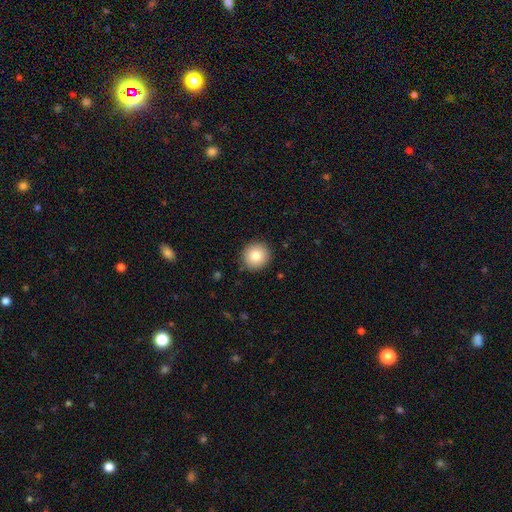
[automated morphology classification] The model was most divided on "smooth or featured": smooth: 81%, star or artifact: 9%, featured or disk: 9%. More confident: how rounded — round (93%); merging — none (91%).